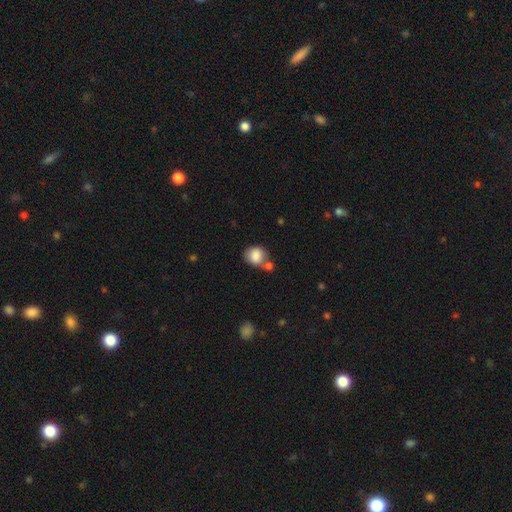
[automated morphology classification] A smooth galaxy with no disk features (85%) that is round (64%).

Vote fractions:
- Smooth or featured? smooth: 85% / star or artifact: 8% / featured or disk: 7%
- How rounded? round: 64% / in between: 35% / cigar-shaped: 1%
- Merging? none: 45% / merger: 33% / minor disturbance: 16% / major disturbance: 6%